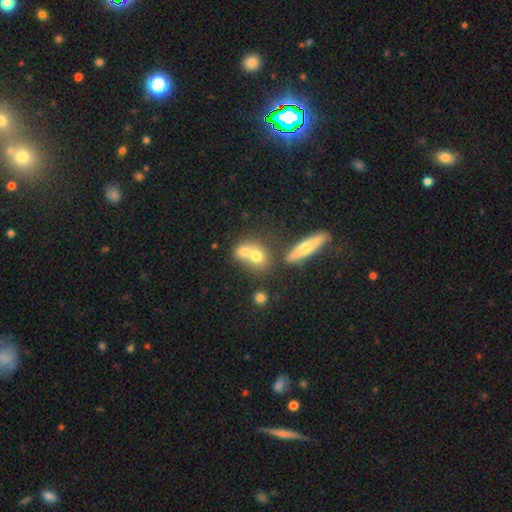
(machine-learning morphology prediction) smooth-or-featured: smooth: 66% | featured or disk: 22% | star or artifact: 12%
  how-rounded: round: 53% | in between: 42% | cigar-shaped: 5%
  merging: merger: 58% | none: 32% | minor disturbance: 7% | major disturbance: 3%